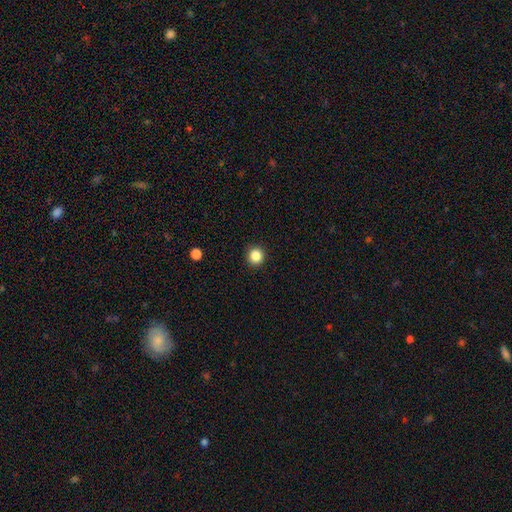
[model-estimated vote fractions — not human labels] Smooth or featured? smooth (85%)
How rounded? round (94%)
Merging? none (93%)